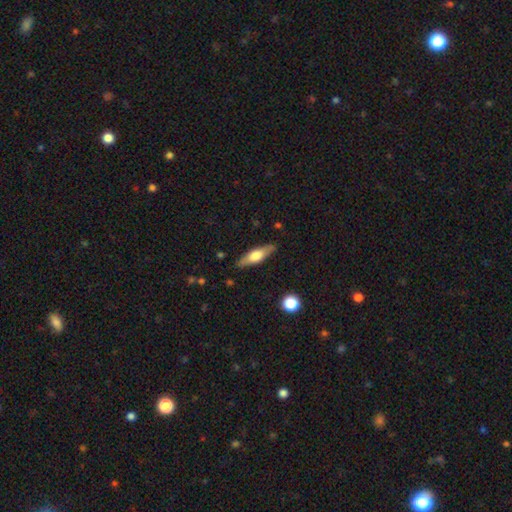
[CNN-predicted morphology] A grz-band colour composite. It shows a featured or disk galaxy (49%). Merging: none (86%).